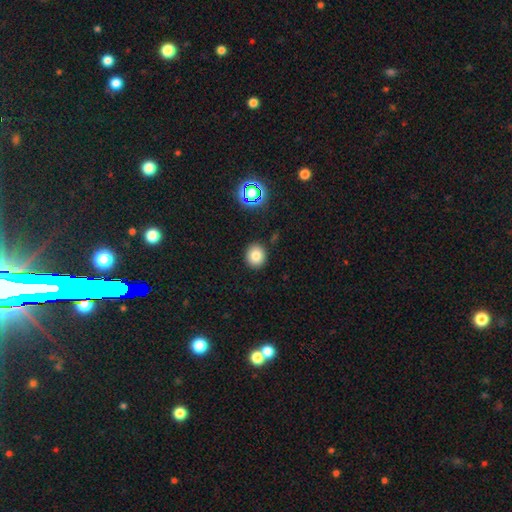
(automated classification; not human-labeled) Q: Smooth or featured?
A: smooth (80%); runner-up: star or artifact (13%)
Q: How rounded?
A: round (83%); runner-up: in between (16%)
Q: Merging?
A: none (89%); runner-up: minor disturbance (7%)